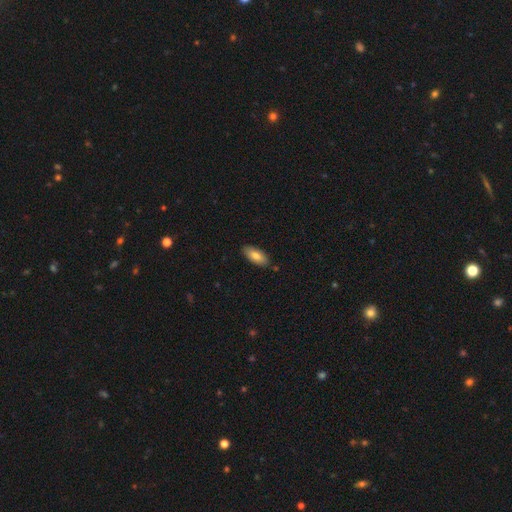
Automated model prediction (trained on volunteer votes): Smooth or featured? smooth (80%)
How rounded? in between (85%)
Merging? none (86%)